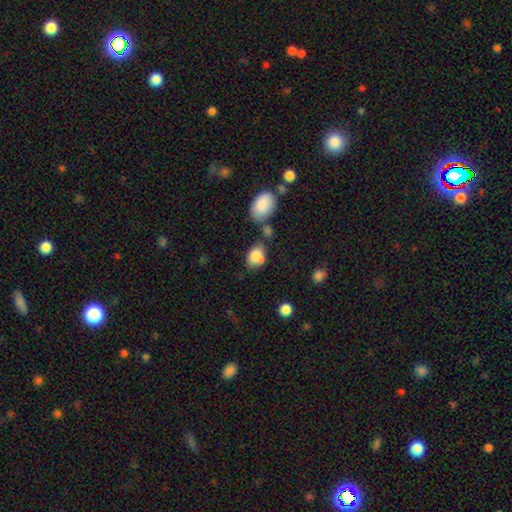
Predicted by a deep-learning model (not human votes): smooth-or-featured: smooth: 82% | featured or disk: 10% | star or artifact: 9%
  how-rounded: in between: 77% | round: 21% | cigar-shaped: 1%
  merging: none: 47% | minor disturbance: 24% | merger: 20% | major disturbance: 9%